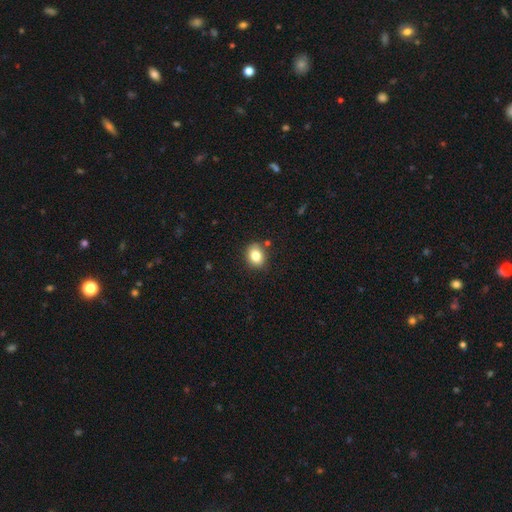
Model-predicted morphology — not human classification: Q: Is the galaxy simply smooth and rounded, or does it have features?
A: smooth — 82%.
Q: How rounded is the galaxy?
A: round — 52%.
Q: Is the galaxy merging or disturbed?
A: none — 80%.